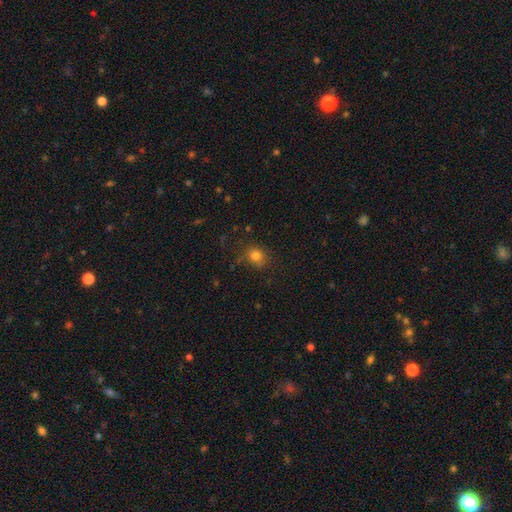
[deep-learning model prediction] Smooth or featured? Predicted: smooth (p=0.80). How rounded? Predicted: round (p=0.75). Merging? Predicted: none (p=0.75).